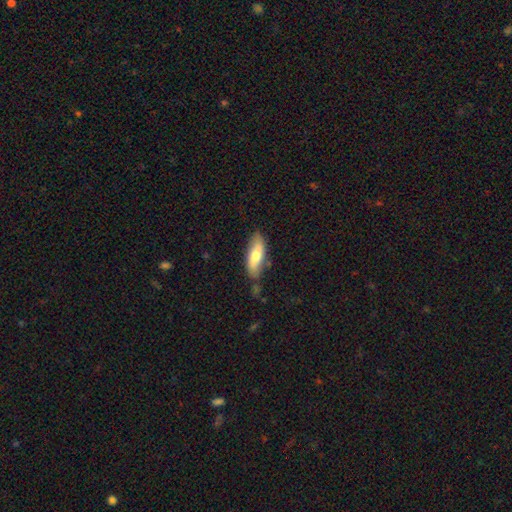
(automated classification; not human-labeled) A smooth galaxy with no disk features (66%) that is in between round and cigar-shaped (65%).

Vote fractions:
- Smooth or featured? smooth: 66% / featured or disk: 29% / star or artifact: 6%
- How rounded? in between: 65% / cigar-shaped: 32% / round: 2%
- Merging? none: 72% / minor disturbance: 19% / merger: 4% / major disturbance: 4%